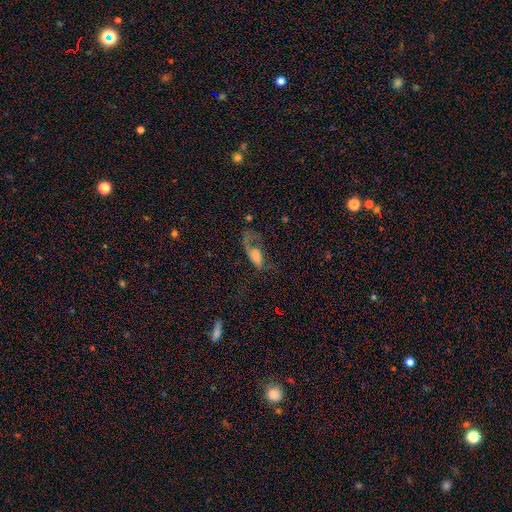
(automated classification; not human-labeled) smooth 46%, featured or disk 42%, star or artifact 13%. Down the decision tree: merging — major disturbance (57%).